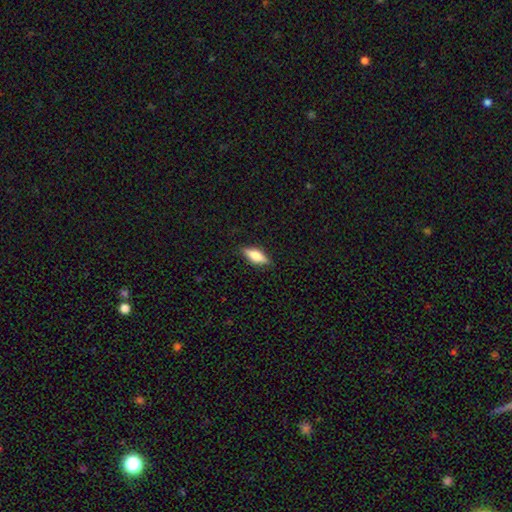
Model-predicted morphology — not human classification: This appears to be a smooth galaxy with no disk features (71%) that is in between round and cigar-shaped (68%). Merging: none (85%).